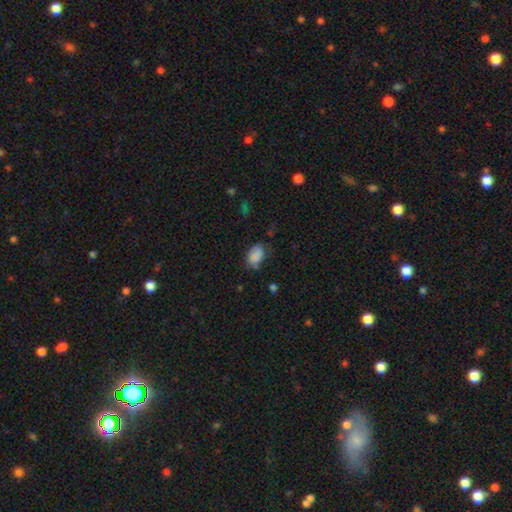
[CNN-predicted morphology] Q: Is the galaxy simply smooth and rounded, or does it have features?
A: smooth — 81%.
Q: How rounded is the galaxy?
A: in between — 86%.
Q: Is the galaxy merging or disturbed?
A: none — 51%.